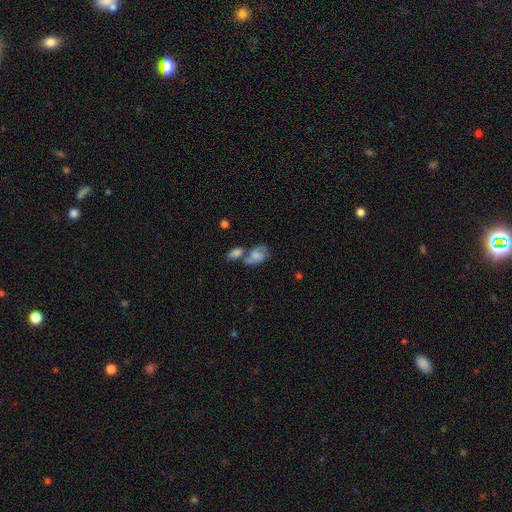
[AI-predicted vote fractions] Smooth or featured? Predicted: smooth (p=0.57). How rounded? Predicted: in between (p=0.79). Merging? Predicted: merger (p=0.55).